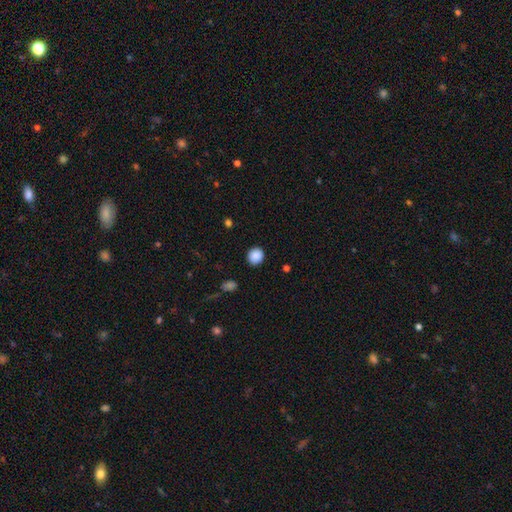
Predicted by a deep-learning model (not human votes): Smooth or featured: smooth — 88% (star or artifact — 9%)
How rounded: round — 83% (in between — 16%)
Merging: none — 89% (minor disturbance — 8%)